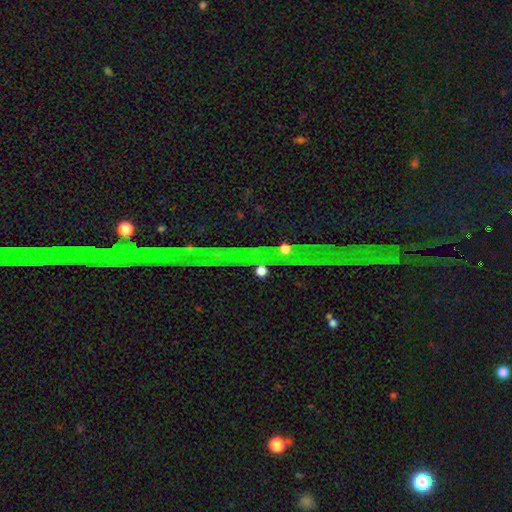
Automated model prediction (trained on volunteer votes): This is likely a star or artifact rather than a galaxy (75%).